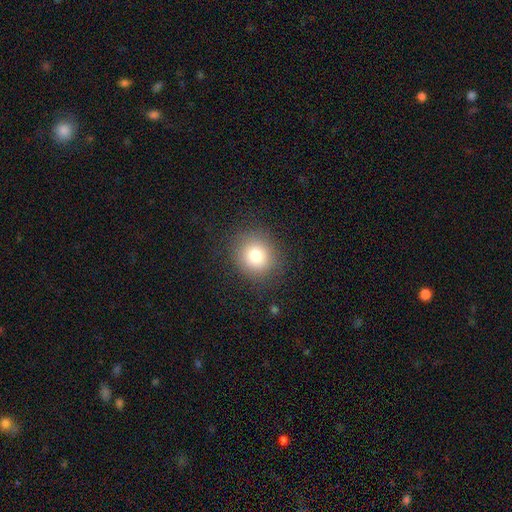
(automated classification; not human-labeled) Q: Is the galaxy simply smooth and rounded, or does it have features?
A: smooth — 78%.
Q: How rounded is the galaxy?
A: round — 86%.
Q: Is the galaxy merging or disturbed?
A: none — 85%.